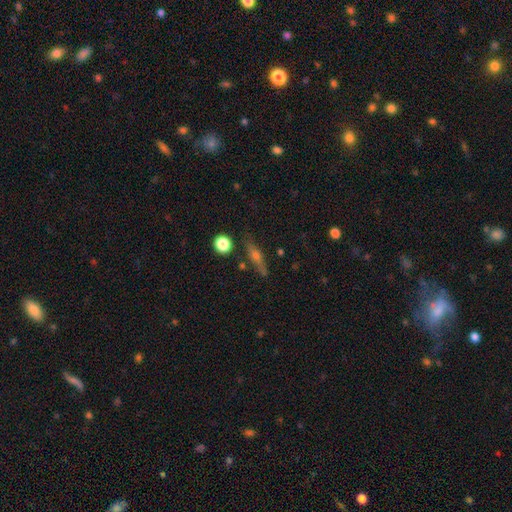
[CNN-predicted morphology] This appears to be a featured or disk galaxy (58%) viewed edge-on (92%) with a rounded central bulge (85%). Merging: none (81%).